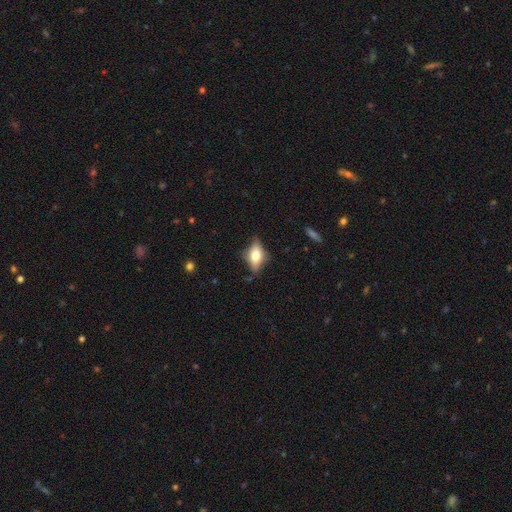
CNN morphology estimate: smooth_or_featured: smooth (p=0.50) [alt: featured or disk p=0.41]
how_rounded: in between (p=0.79) [alt: cigar-shaped p=0.11]
merging: none (p=0.68) [alt: minor disturbance p=0.22]